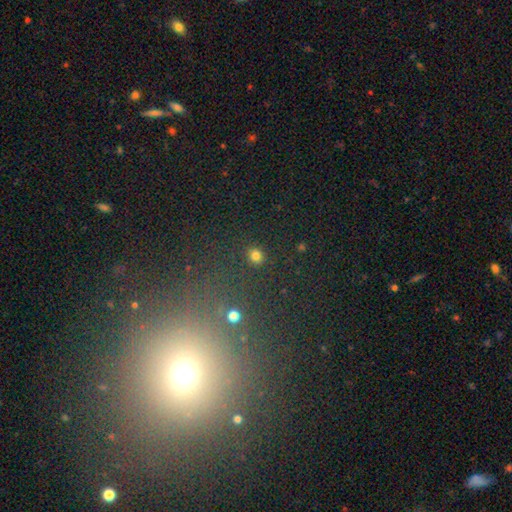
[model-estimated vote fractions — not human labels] A smooth galaxy with no disk features (78%) that is round (74%).

Vote fractions:
- Smooth or featured? smooth: 78% / star or artifact: 16% / featured or disk: 5%
- How rounded? round: 74% / in between: 25% / cigar-shaped: 1%
- Merging? none: 88% / minor disturbance: 7% / major disturbance: 3% / merger: 2%